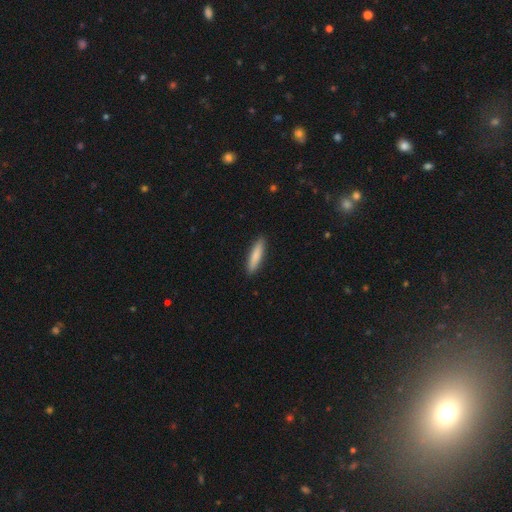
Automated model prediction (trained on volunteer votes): A smooth galaxy with no disk features (83%) that is cigar-shaped (82%). Merging: none (91%).